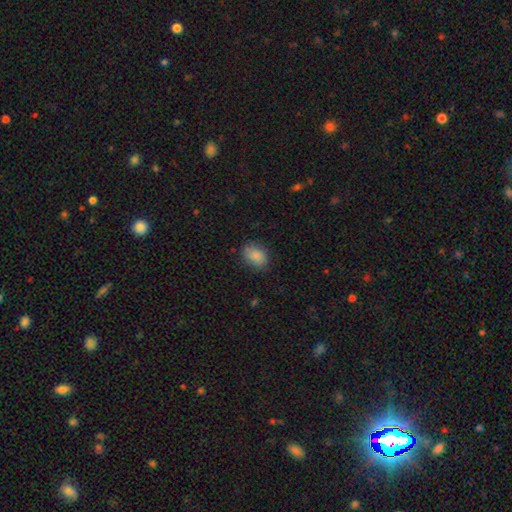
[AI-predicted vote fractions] smooth-or-featured: smooth: 85% | featured or disk: 8% | star or artifact: 7%
  how-rounded: in between: 69% | round: 30% | cigar-shaped: 1%
  merging: none: 79% | minor disturbance: 16% | major disturbance: 4% | merger: 1%